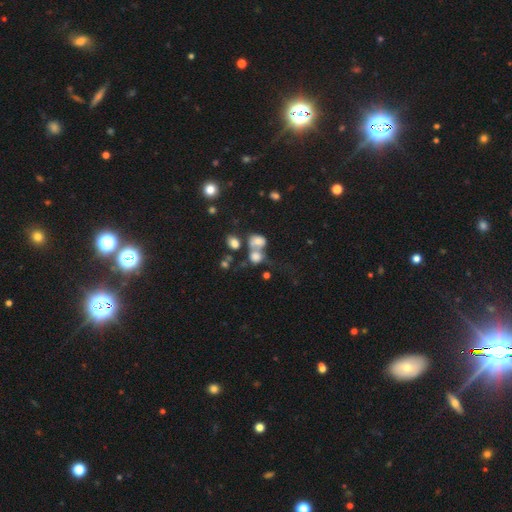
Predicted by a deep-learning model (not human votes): Q: Smooth or featured?
A: smooth (63%); runner-up: featured or disk (20%)
Q: How rounded?
A: round (60%); runner-up: in between (39%)
Q: Merging?
A: merger (53%); runner-up: none (27%)